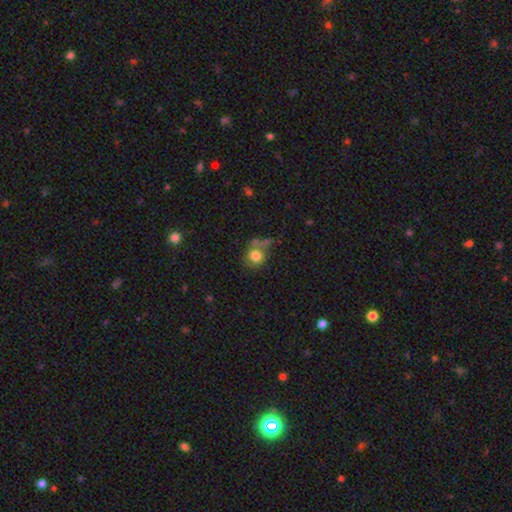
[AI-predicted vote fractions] smooth_or_featured: smooth (p=0.78) [alt: featured or disk p=0.12]
how_rounded: round (p=0.77) [alt: in between p=0.22]
merging: none (p=0.50) [alt: merger p=0.19]